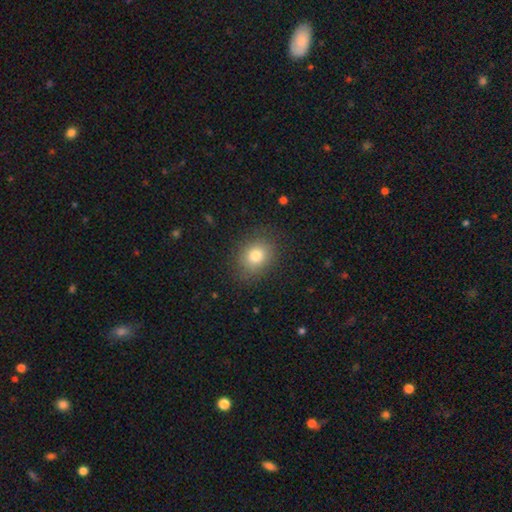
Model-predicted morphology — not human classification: Smooth or featured? Predicted: smooth (p=0.79). How rounded? Predicted: round (p=0.57). Merging? Predicted: none (p=0.85).